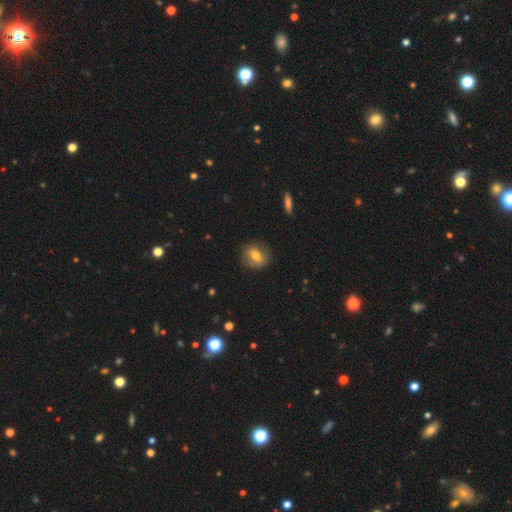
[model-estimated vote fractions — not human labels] smooth-or-featured: smooth: 62% | featured or disk: 28% | star or artifact: 9%
  how-rounded: round: 65% | in between: 33% | cigar-shaped: 2%
  merging: none: 81% | minor disturbance: 14% | major disturbance: 4% | merger: 1%